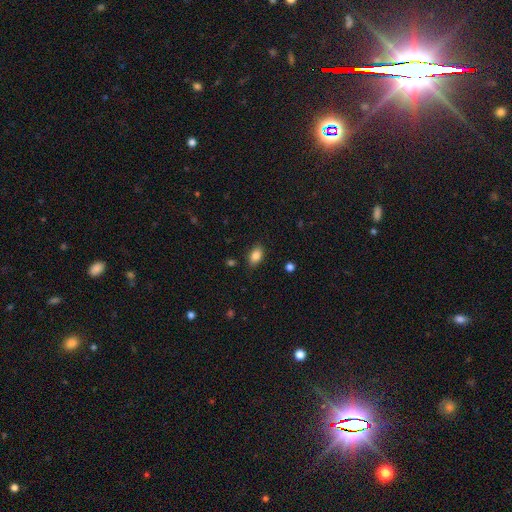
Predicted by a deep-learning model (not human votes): This is clearly a smooth galaxy (85%). How rounded: clearly in between (89%). Merging: clearly none (84%).